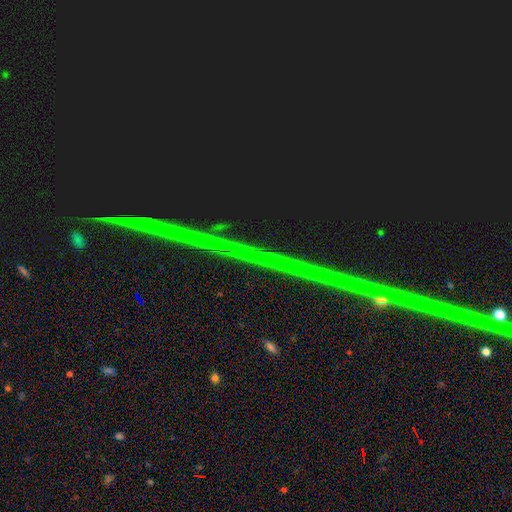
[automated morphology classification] Smooth or featured?
  - star or artifact: 90% *
  - featured or disk: 6%
  - smooth: 4%